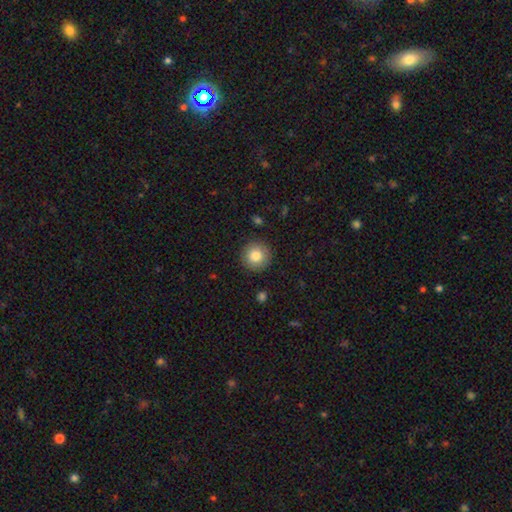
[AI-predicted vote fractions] Overall: smooth (82%). How rounded: round (95%). Merging: none (90%).